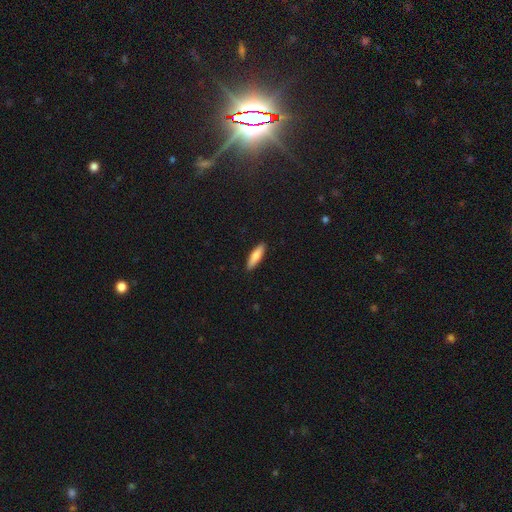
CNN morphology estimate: Smooth or featured? smooth (77%)
How rounded? cigar-shaped (68%)
Merging? none (91%)